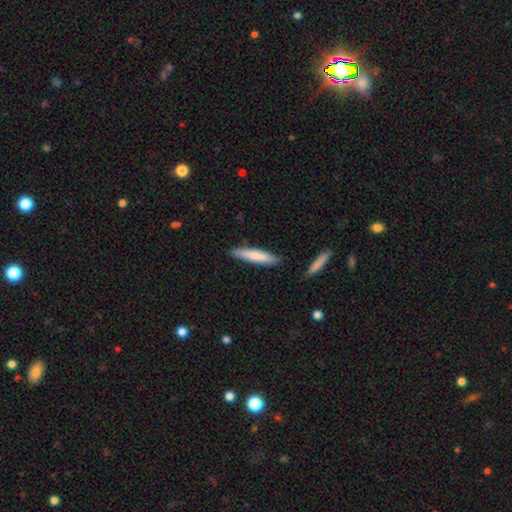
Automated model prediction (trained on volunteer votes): The model was most divided on "smooth or featured": smooth: 76%, featured or disk: 19%, star or artifact: 5%. More confident: how rounded — cigar-shaped (88%); merging — none (85%).